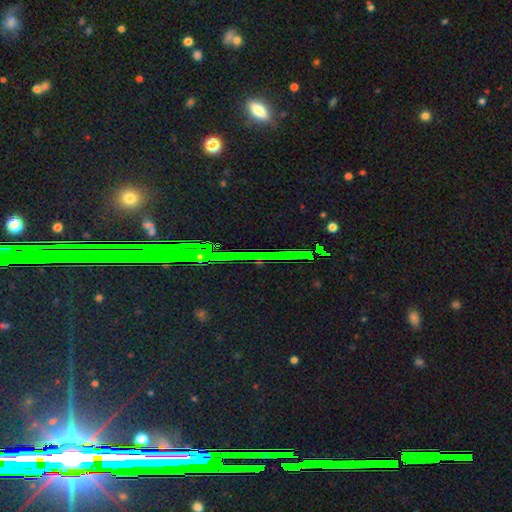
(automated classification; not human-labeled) The model was most divided on "smooth or featured": star or artifact: 82%, featured or disk: 9%, smooth: 9%.